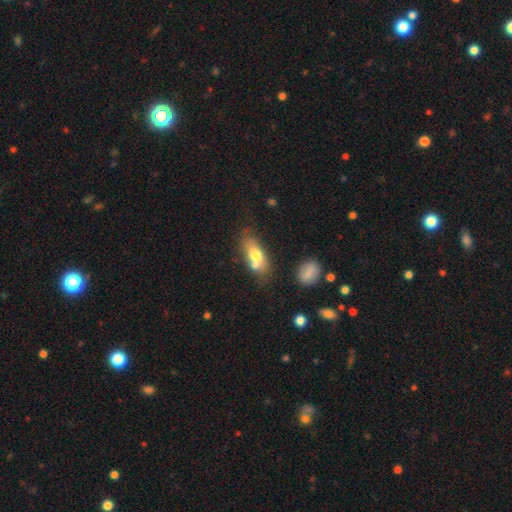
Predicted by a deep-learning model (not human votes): smooth 66%, featured or disk 26%, star or artifact 8%. Down the decision tree: how rounded — in between (74%); merging — none (50%).